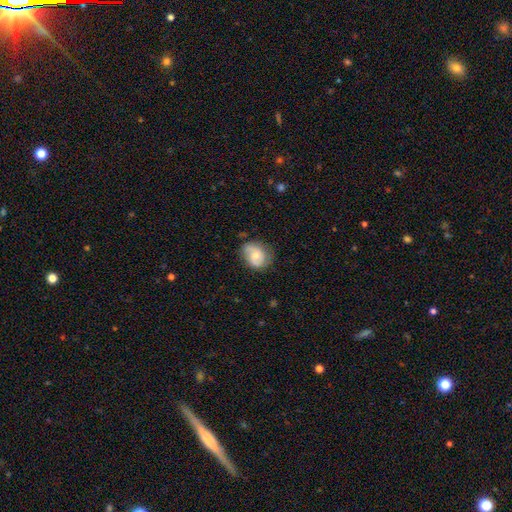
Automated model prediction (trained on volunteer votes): This is possibly a smooth galaxy (51%). How rounded: possibly round (55%). Merging: likely none (64%).